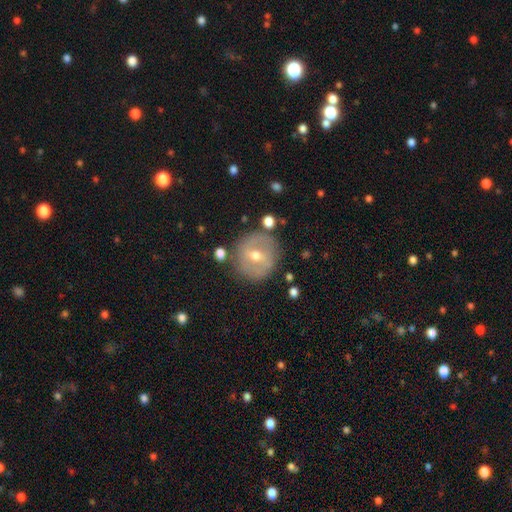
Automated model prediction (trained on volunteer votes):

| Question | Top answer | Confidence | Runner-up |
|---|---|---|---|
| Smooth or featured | featured or disk | 59% | smooth (32%) |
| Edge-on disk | no | 95% | yes (5%) |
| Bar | weak | 49% | strong (27%) |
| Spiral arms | yes | 51% | no (49%) |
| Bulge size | moderate | 59% | small (38%) |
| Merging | none | 81% | minor disturbance (12%) |